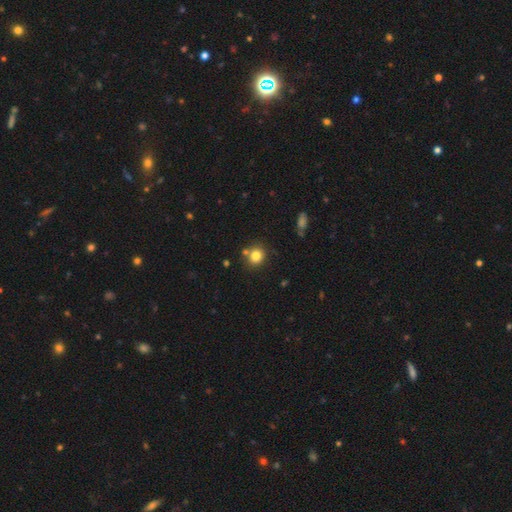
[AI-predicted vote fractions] Smooth or featured? Predicted: smooth (p=0.81). How rounded? Predicted: round (p=0.78). Merging? Predicted: none (p=0.73).